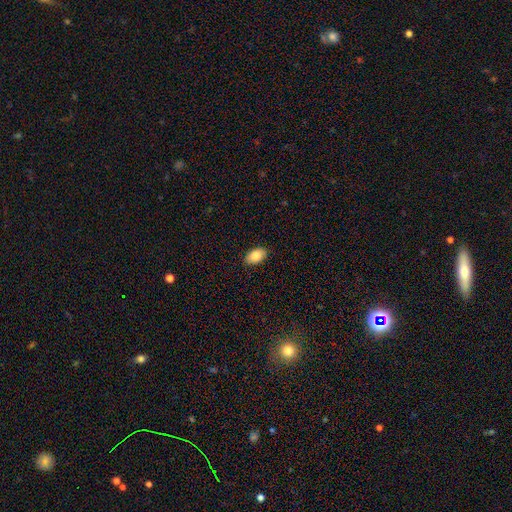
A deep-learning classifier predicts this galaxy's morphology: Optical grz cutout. It shows a smooth galaxy with no disk features (87%) that is in between round and cigar-shaped (93%). Merging: none (87%).